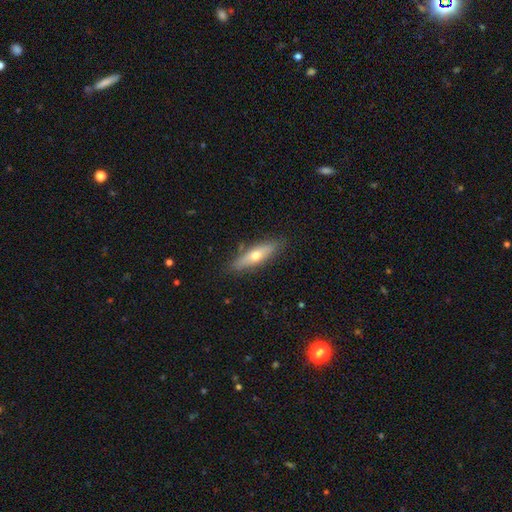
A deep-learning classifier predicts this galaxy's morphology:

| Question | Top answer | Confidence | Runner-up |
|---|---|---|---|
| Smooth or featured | smooth | 50% | featured or disk (44%) |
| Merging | none | 85% | minor disturbance (11%) |